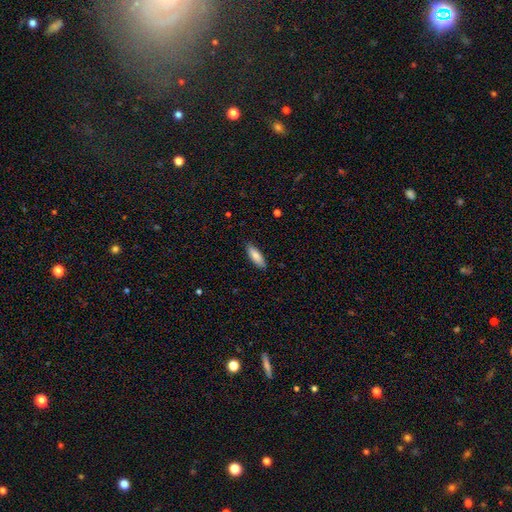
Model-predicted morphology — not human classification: Smooth or featured: smooth — 84% (featured or disk — 10%)
How rounded: in between — 55% (cigar-shaped — 43%)
Merging: none — 88% (minor disturbance — 9%)